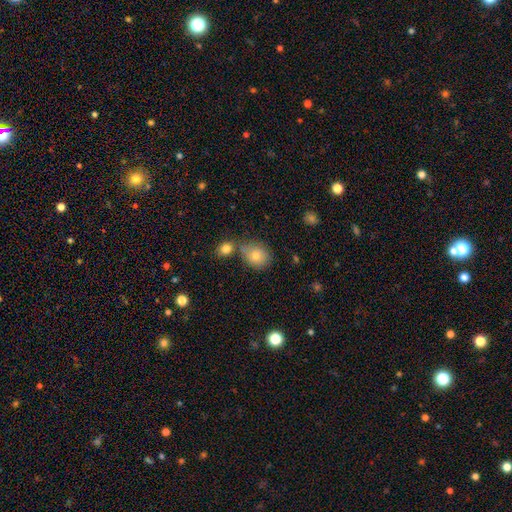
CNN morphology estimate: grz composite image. It shows a smooth galaxy with no disk features (78%) that is round (61%). Merging: none (60%).